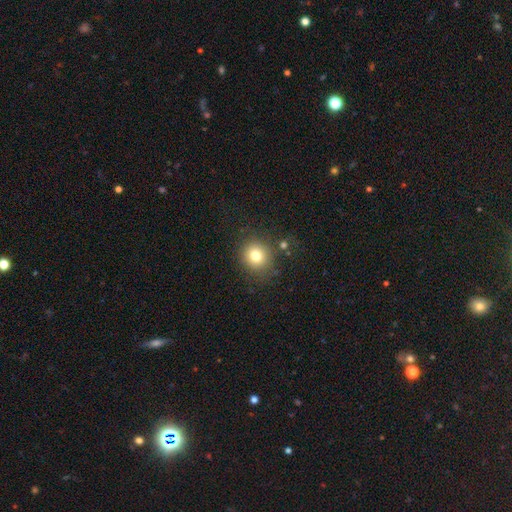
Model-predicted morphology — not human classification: smooth-or-featured: smooth: 79% | star or artifact: 13% | featured or disk: 9%
  how-rounded: round: 87% | in between: 13% | cigar-shaped: 1%
  merging: none: 82% | minor disturbance: 10% | merger: 4% | major disturbance: 4%